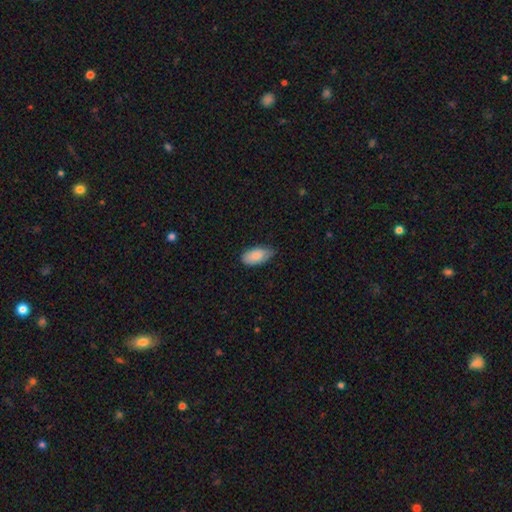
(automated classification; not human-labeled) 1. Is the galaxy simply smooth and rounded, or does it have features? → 84% smooth, 10% featured or disk, 6% star or artifact.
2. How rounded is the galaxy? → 94% in between, 3% cigar-shaped, 3% round.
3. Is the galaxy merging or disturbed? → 66% none, 29% minor disturbance, 4% major disturbance, 1% merger.